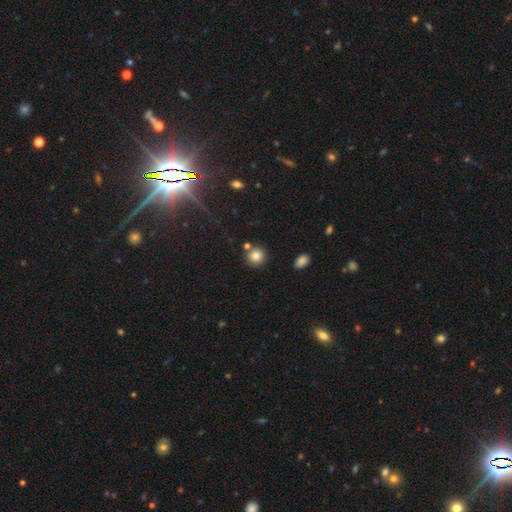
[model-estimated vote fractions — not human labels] This is clearly a smooth galaxy (82%). How rounded: clearly round (91%). Merging: clearly none (81%).